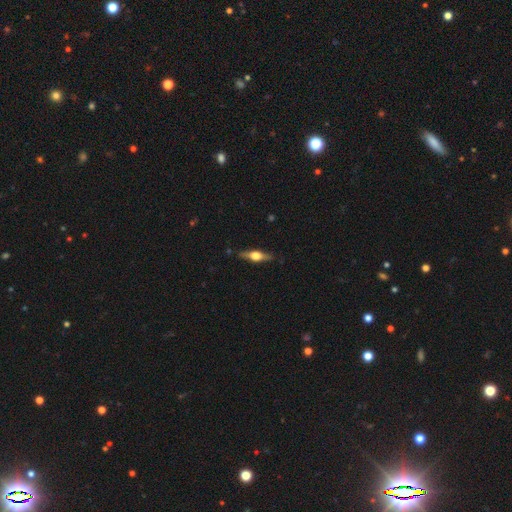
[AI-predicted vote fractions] smooth_or_featured: featured or disk (p=0.71) [alt: smooth p=0.23]
disk_edge_on: yes (p=0.96) [alt: no p=0.04]
edge_on_bulge: rounded (p=0.94) [alt: boxy p=0.05]
merging: none (p=0.85) [alt: minor disturbance p=0.11]